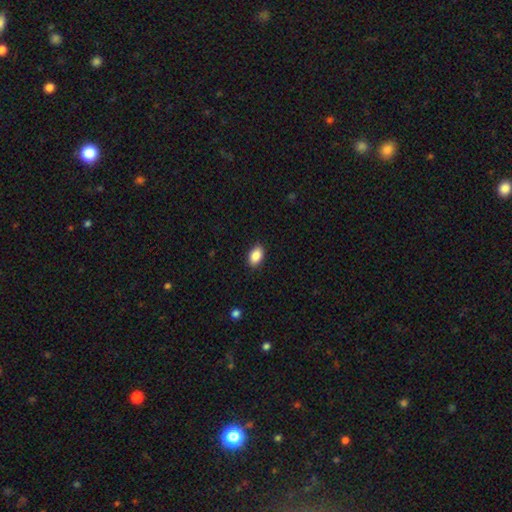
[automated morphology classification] smooth 88%, star or artifact 8%, featured or disk 5%. Down the decision tree: how rounded — in between (90%); merging — none (88%).